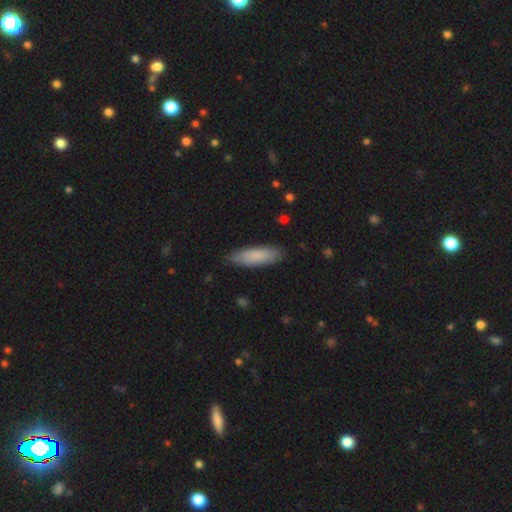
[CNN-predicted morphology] This is clearly a smooth galaxy (84%). How rounded: possibly cigar-shaped (55%). Merging: clearly none (84%).